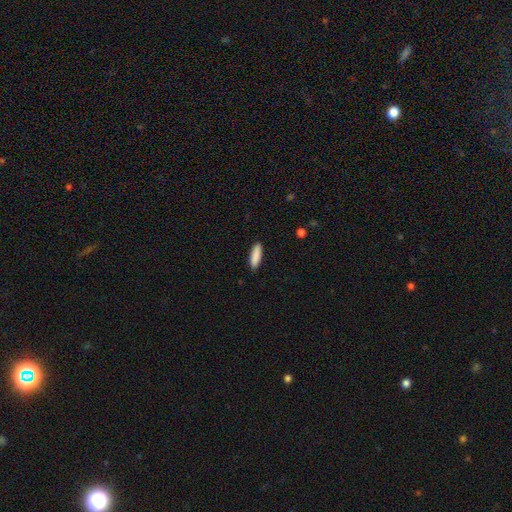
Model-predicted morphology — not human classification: Smooth or featured: smooth — 89% (star or artifact — 6%)
How rounded: cigar-shaped — 61% (in between — 37%)
Merging: none — 89% (minor disturbance — 8%)